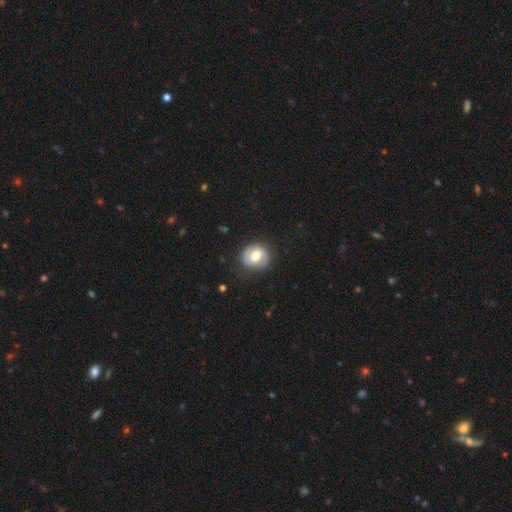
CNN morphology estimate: Overall: smooth (56%; featured or disk 37%). How rounded: round (72%). Merging: none (78%).